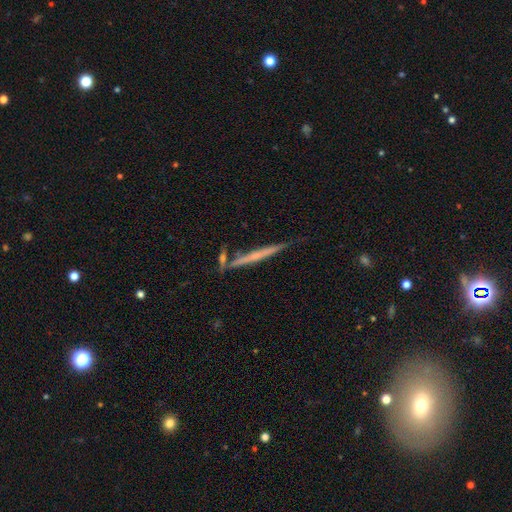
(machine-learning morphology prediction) This appears to be a featured or disk galaxy (59%) viewed edge-on (96%) with no central bulge (71%). Merging: none (74%).